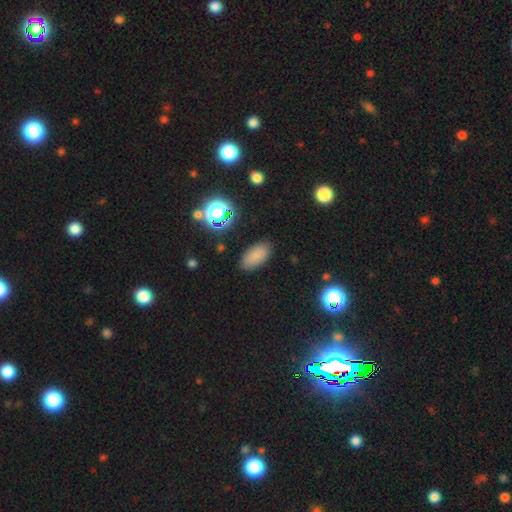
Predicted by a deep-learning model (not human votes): Morphology: type=smooth (79%); roundness=in between (92%); merging=none (86%).